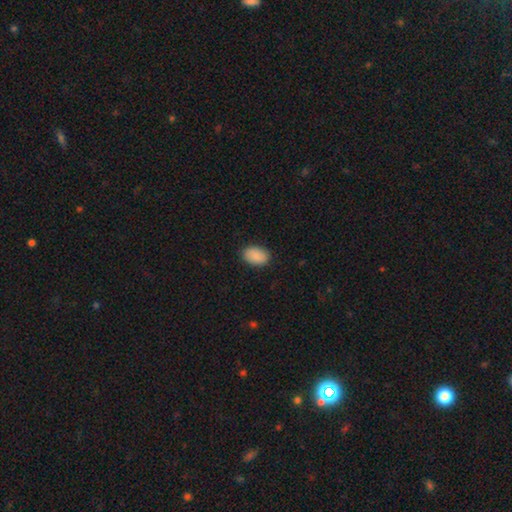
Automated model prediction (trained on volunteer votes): Q: Smooth or featured?
A: smooth (89%); runner-up: star or artifact (7%)
Q: How rounded?
A: in between (87%); runner-up: round (12%)
Q: Merging?
A: none (88%); runner-up: minor disturbance (9%)